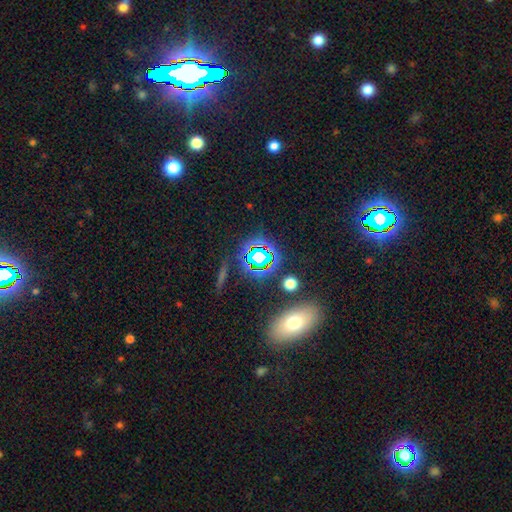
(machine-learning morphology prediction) Smooth or featured: star or artifact — 64% (smooth — 22%)